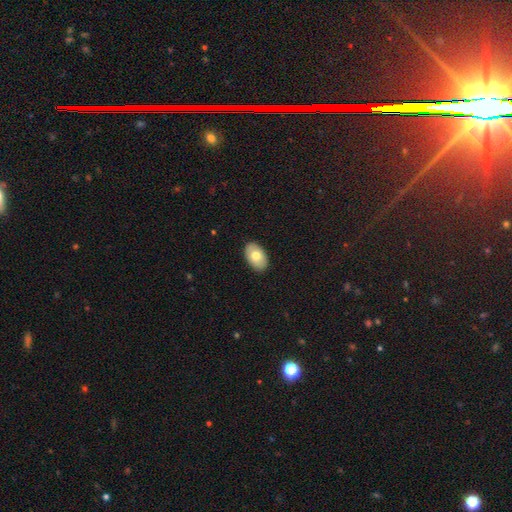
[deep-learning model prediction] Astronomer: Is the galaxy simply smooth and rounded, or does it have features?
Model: smooth — 71%.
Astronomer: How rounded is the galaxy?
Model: in between — 92%.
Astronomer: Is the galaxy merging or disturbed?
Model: none — 90%.